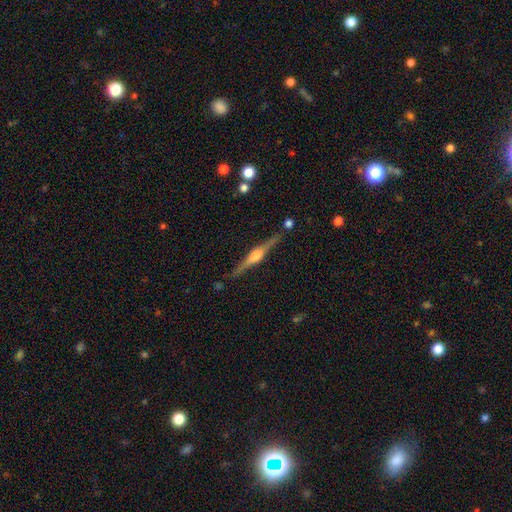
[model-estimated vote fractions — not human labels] The model was most divided on "edge-on bulge": rounded: 84%, boxy: 13%, none: 3%. More confident: edge-on disk — yes (98%); merging — none (87%); smooth or featured — featured or disk (85%).